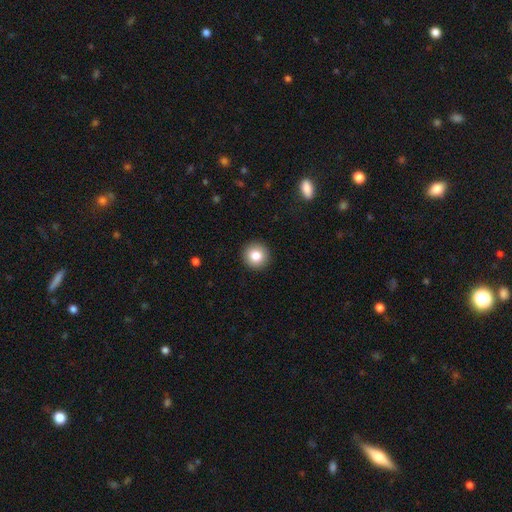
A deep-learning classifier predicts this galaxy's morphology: Q: Smooth or featured?
A: smooth (82%); runner-up: star or artifact (10%)
Q: How rounded?
A: round (95%); runner-up: in between (4%)
Q: Merging?
A: none (93%); runner-up: minor disturbance (5%)